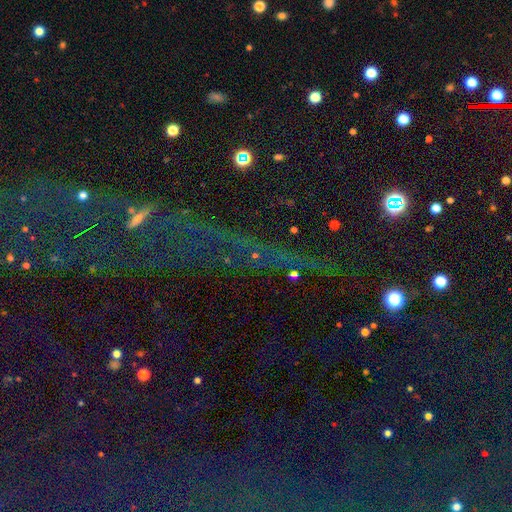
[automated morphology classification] Smooth or featured? Predicted: star or artifact (p=0.70).